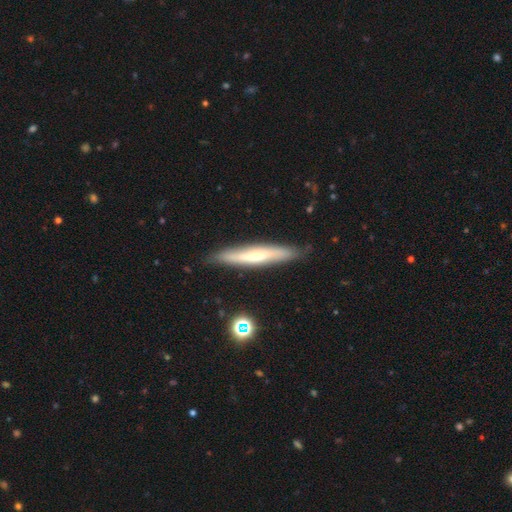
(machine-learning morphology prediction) The model was most divided on "smooth or featured": featured or disk: 50%, smooth: 43%, star or artifact: 7%. More confident: merging — none (85%).